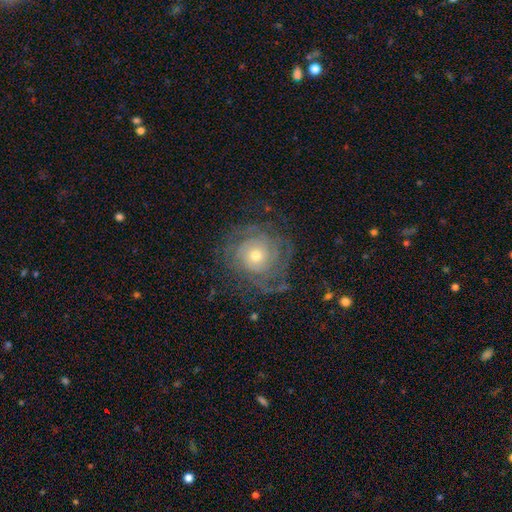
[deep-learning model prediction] Morphology: type=featured or disk (74%); edge-on=no (97%); bar=no (83%); spiral arms=yes (87%); winding=tight (68%); arm count=can't tell (47%); bulge=moderate (49%); merging=none (69%).